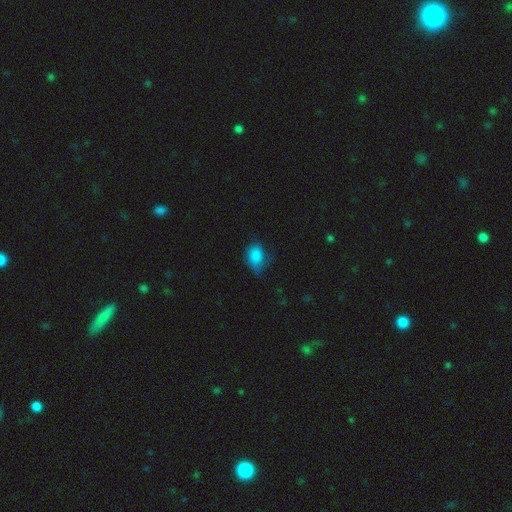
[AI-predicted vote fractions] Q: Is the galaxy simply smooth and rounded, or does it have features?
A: smooth — 83%.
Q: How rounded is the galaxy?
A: in between — 78%.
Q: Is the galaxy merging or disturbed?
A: none — 51%.